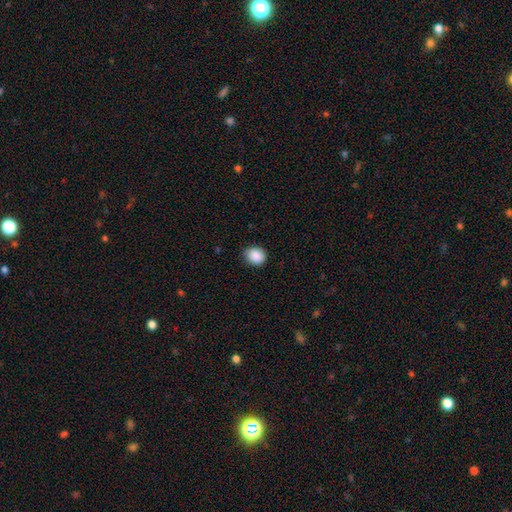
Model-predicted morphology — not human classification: A smooth galaxy with no disk features (89%) that is round (77%).

Vote fractions:
- Smooth or featured? smooth: 89% / star or artifact: 8% / featured or disk: 3%
- How rounded? round: 77% / in between: 22% / cigar-shaped: 1%
- Merging? none: 84% / minor disturbance: 12% / major disturbance: 2% / merger: 1%